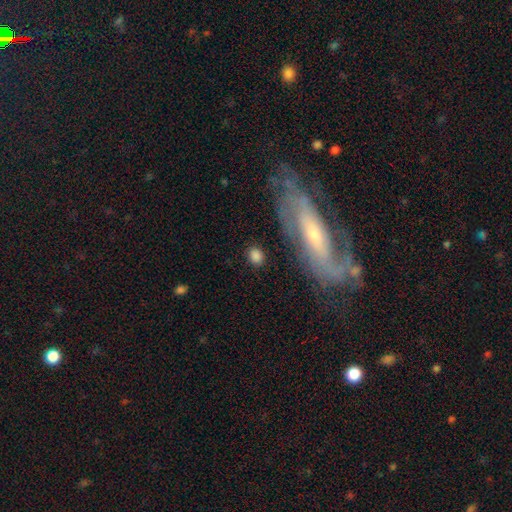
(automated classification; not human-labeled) smooth_or_featured: smooth (p=0.83) [alt: star or artifact p=0.09]
how_rounded: round (p=0.65) [alt: in between p=0.31]
merging: none (p=0.85) [alt: minor disturbance p=0.09]